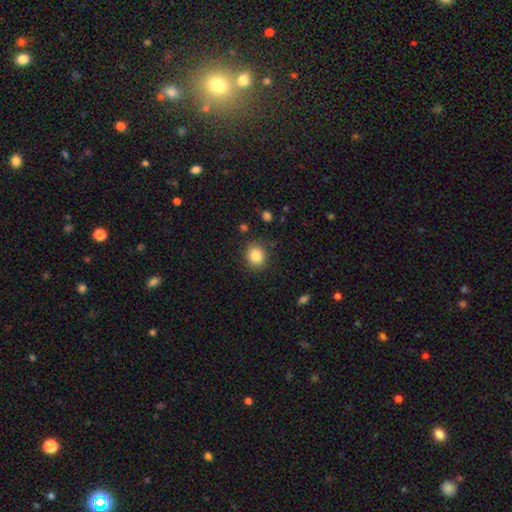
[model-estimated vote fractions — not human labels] Overall: smooth (84%). How rounded: round (82%). Merging: none (85%).